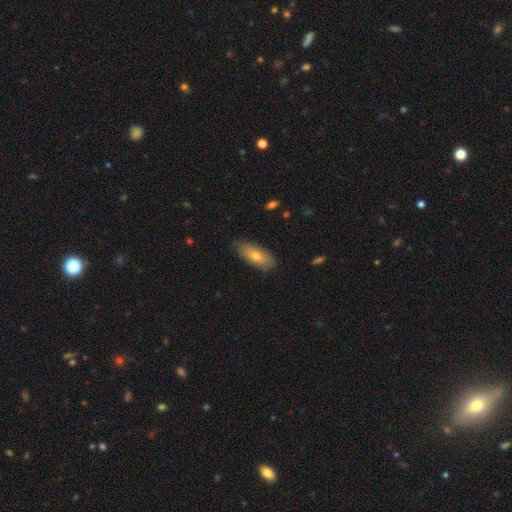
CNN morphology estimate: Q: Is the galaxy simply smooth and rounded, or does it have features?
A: smooth — 67%.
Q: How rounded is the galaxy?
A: in between — 80%.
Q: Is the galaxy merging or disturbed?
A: none — 81%.